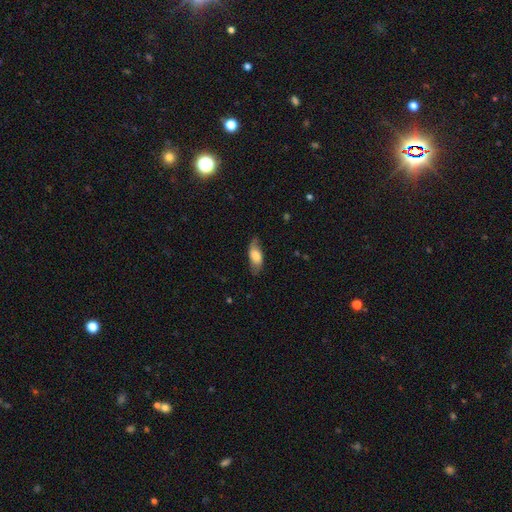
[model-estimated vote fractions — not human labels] smooth-or-featured: smooth: 65% | featured or disk: 28% | star or artifact: 6%
  how-rounded: in between: 81% | cigar-shaped: 16% | round: 3%
  merging: none: 69% | minor disturbance: 23% | major disturbance: 6% | merger: 1%